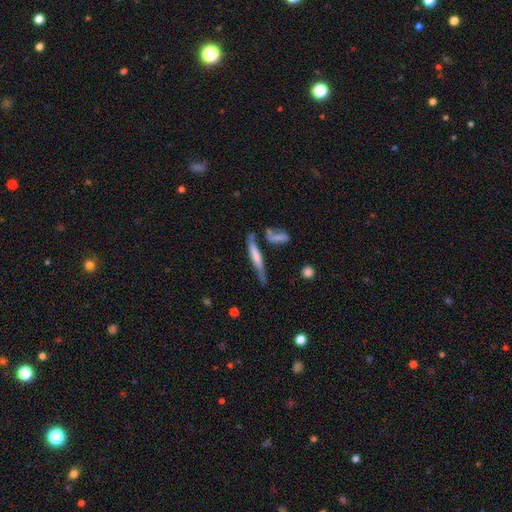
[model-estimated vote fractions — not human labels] A smooth galaxy with no disk features (50%) that is cigar-shaped (91%).

Vote fractions:
- Smooth or featured? smooth: 50% / featured or disk: 43% / star or artifact: 7%
- How rounded? cigar-shaped: 91% / in between: 7% / round: 2%
- Merging? none: 51% / minor disturbance: 22% / merger: 16% / major disturbance: 11%